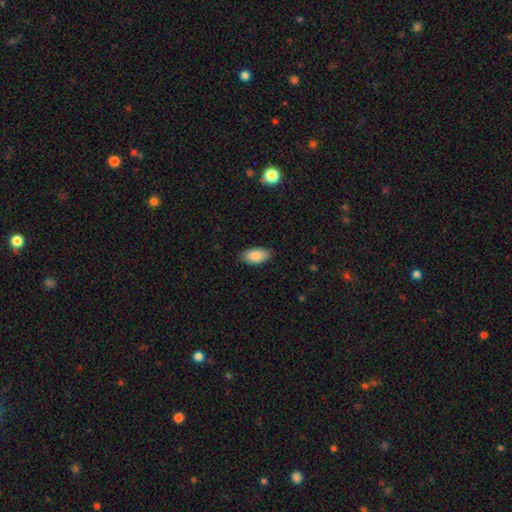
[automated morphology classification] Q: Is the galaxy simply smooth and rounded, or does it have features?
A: smooth — 88%.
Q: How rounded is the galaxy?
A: in between — 95%.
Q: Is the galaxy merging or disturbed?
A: none — 85%.